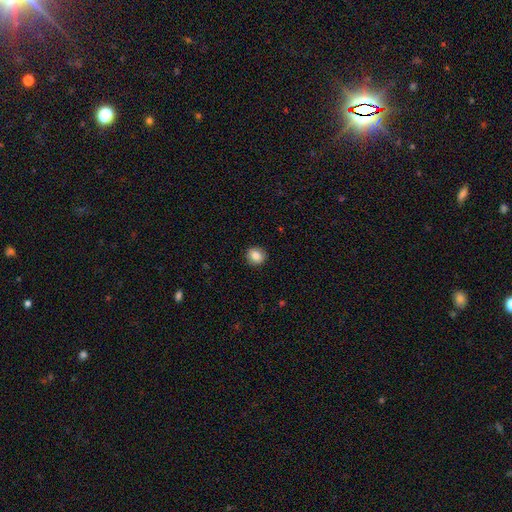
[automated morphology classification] A smooth galaxy with no disk features (84%) that is round (83%).

Vote fractions:
- Smooth or featured? smooth: 84% / star or artifact: 9% / featured or disk: 7%
- How rounded? round: 83% / in between: 16% / cigar-shaped: 1%
- Merging? none: 91% / minor disturbance: 6% / major disturbance: 2% / merger: 1%